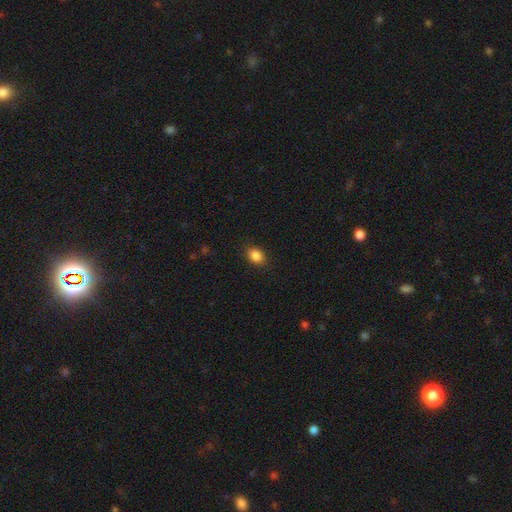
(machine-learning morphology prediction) Smooth or featured? smooth (87%)
How rounded? in between (65%)
Merging? none (88%)